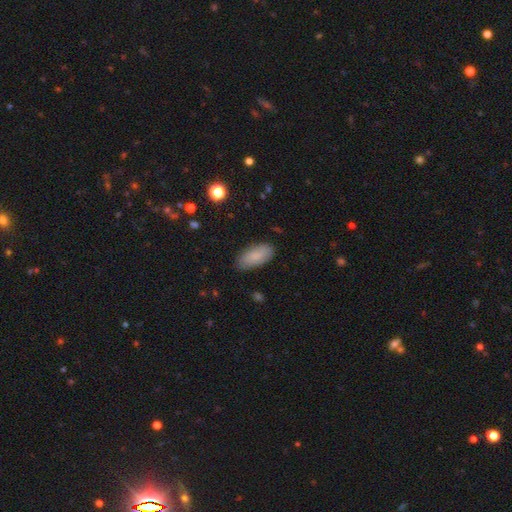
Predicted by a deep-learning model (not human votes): Smooth or featured? smooth (79%)
How rounded? in between (90%)
Merging? none (82%)